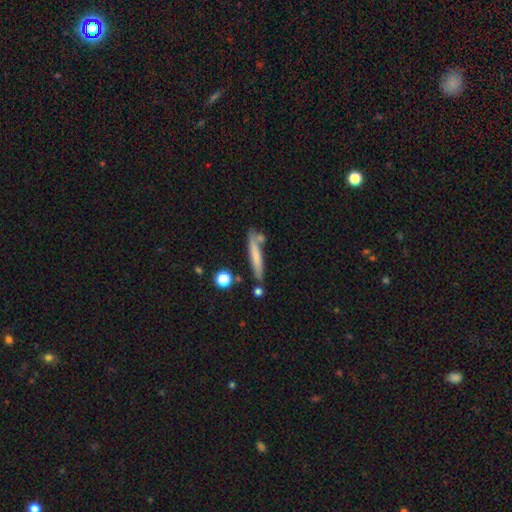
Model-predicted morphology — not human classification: This appears to be a smooth galaxy with no disk features (64%) that is cigar-shaped (92%). Merging: none (71%).